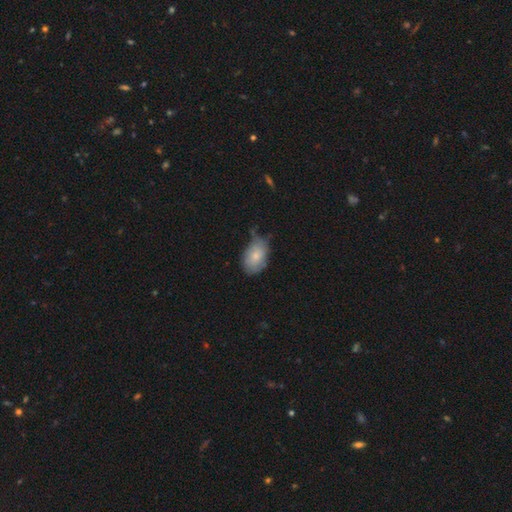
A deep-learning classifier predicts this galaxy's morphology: Smooth or featured: smooth — 77% (featured or disk — 17%)
How rounded: in between — 88% (round — 10%)
Merging: none — 45% (minor disturbance — 40%)